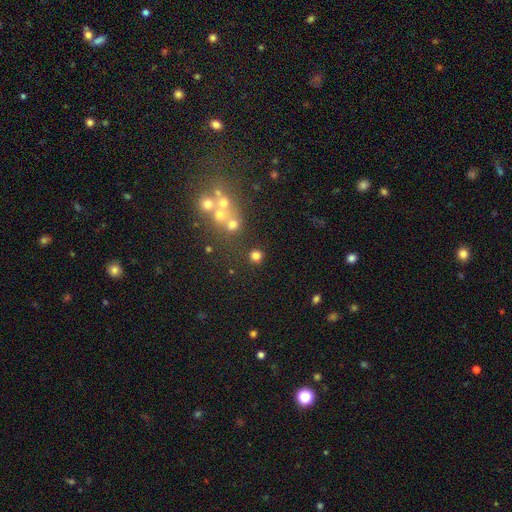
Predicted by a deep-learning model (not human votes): A smooth galaxy with no disk features (74%) that is round (90%). Merging: none (78%).